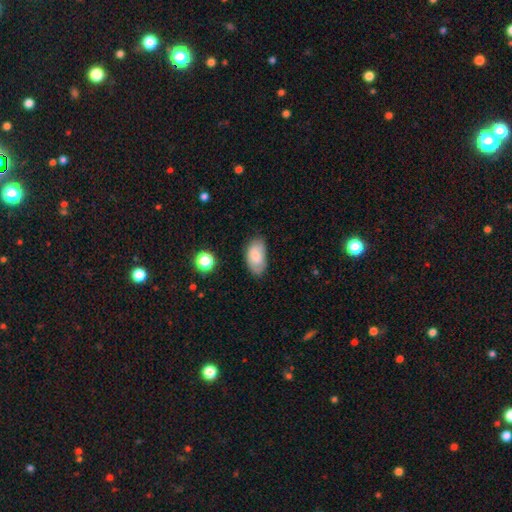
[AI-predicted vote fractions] Q: Smooth or featured?
A: smooth (76%); runner-up: featured or disk (16%)
Q: How rounded?
A: in between (93%); runner-up: round (5%)
Q: Merging?
A: none (71%); runner-up: minor disturbance (22%)